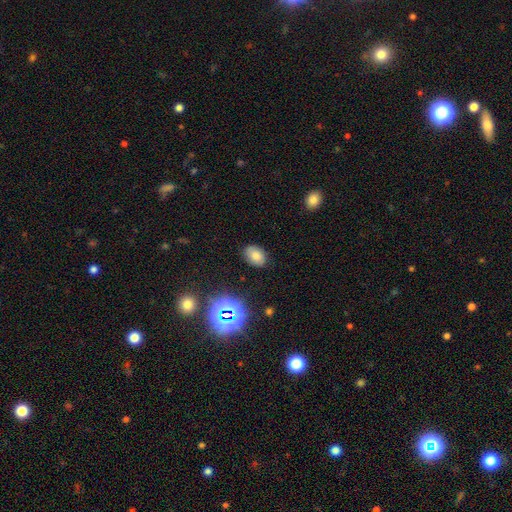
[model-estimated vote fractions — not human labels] Morphology: type=smooth (70%); roundness=in between (79%); merging=none (85%).